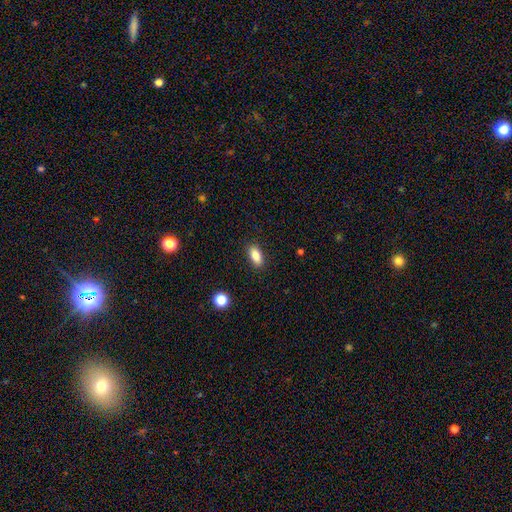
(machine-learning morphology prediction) Smooth or featured? smooth (84%)
How rounded? in between (86%)
Merging? none (89%)